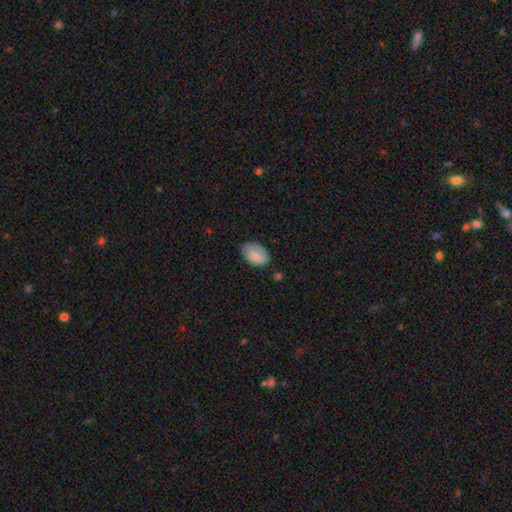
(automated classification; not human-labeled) A smooth galaxy with no disk features (75%) that is in between round and cigar-shaped (86%). Merging: none (62%).